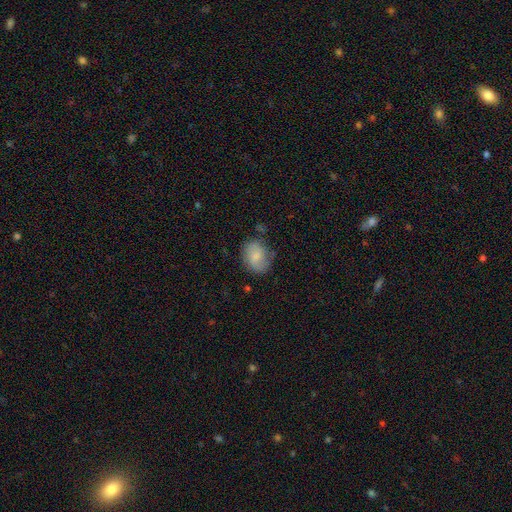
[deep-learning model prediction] A smooth galaxy with no disk features (67%) that is in between round and cigar-shaped (63%). Merging: none (66%).